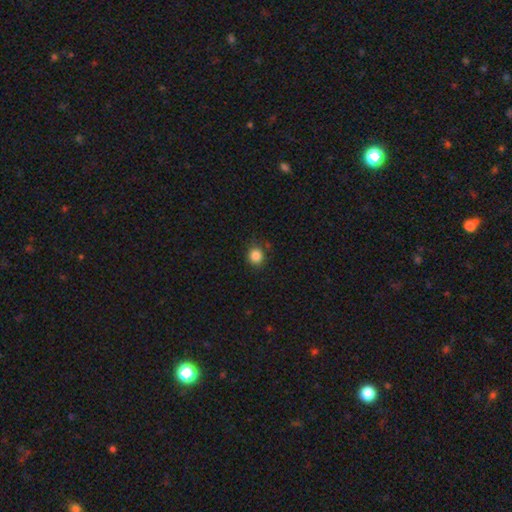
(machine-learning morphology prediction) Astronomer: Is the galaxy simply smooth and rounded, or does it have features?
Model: smooth — 84%.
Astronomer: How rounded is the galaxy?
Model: round — 85%.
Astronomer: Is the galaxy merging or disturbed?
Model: none — 84%.